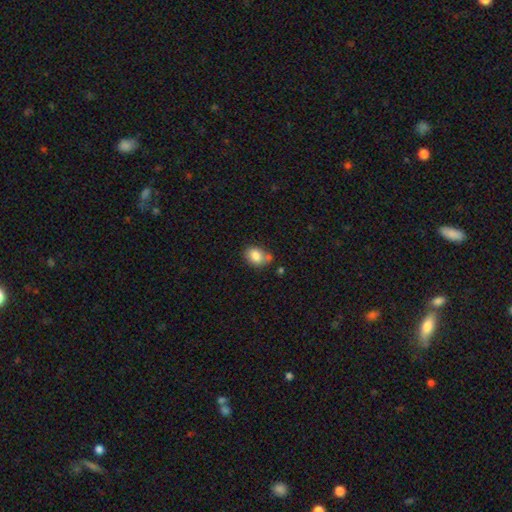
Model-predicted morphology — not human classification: The model was most divided on "how rounded": in between: 63%, round: 36%, cigar-shaped: 1%. More confident: smooth or featured — smooth (83%); merging — none (57%).